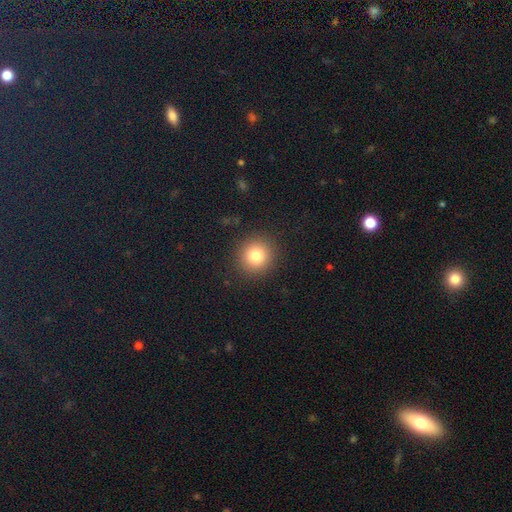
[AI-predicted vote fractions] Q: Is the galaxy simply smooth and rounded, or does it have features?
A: smooth — 80%.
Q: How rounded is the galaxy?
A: round — 93%.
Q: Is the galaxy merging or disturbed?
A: none — 91%.